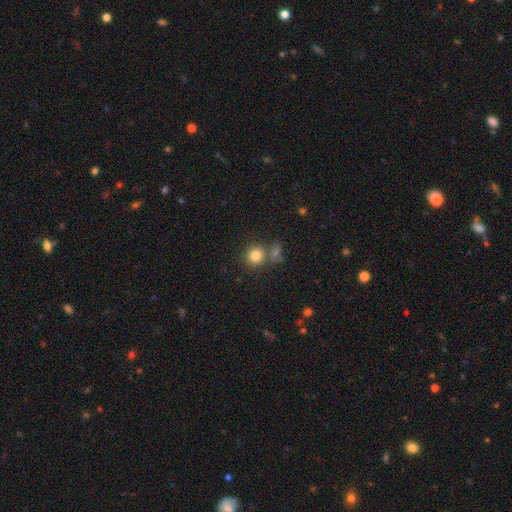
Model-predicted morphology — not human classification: Smooth or featured? Predicted: smooth (p=0.81). How rounded? Predicted: round (p=0.89). Merging? Predicted: none (p=0.69).